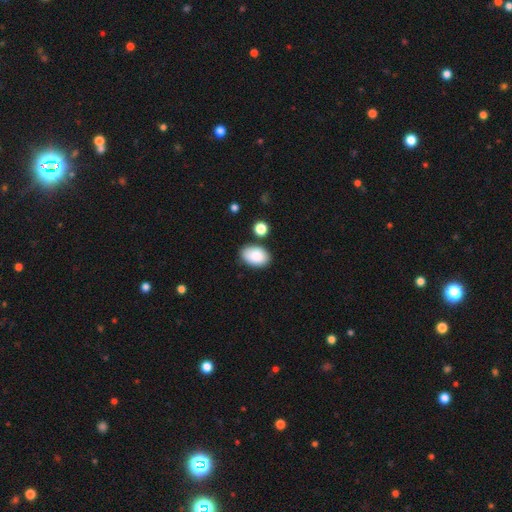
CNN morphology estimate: smooth-or-featured: smooth: 88% | star or artifact: 7% | featured or disk: 5%
  how-rounded: in between: 89% | round: 10% | cigar-shaped: 1%
  merging: none: 78% | minor disturbance: 13% | merger: 6% | major disturbance: 3%